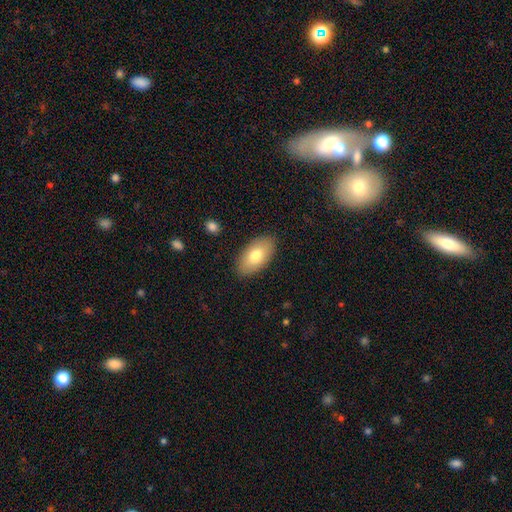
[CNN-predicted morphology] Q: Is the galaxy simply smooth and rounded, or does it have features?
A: smooth — 75%.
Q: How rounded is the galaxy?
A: in between — 94%.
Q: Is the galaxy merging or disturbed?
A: none — 87%.